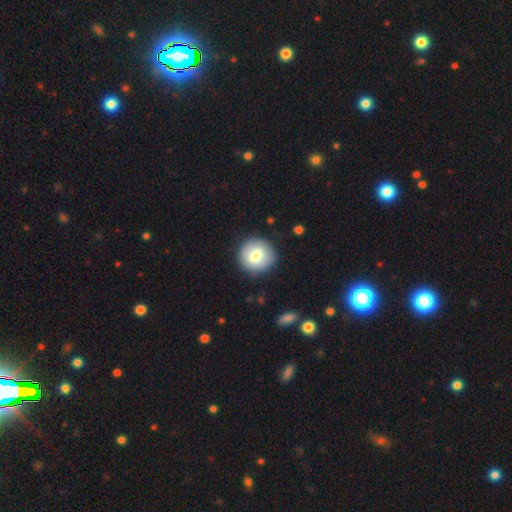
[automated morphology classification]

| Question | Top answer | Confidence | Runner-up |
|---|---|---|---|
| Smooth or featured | smooth | 77% | featured or disk (15%) |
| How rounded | round | 94% | in between (5%) |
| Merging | none | 89% | minor disturbance (7%) |